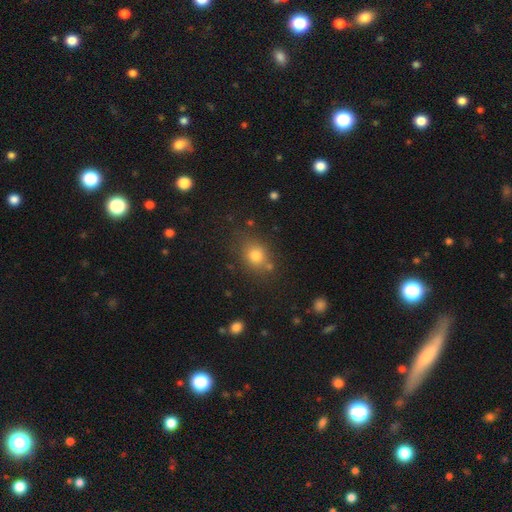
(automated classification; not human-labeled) Smooth or featured?
  - smooth: 76% *
  - star or artifact: 15%
  - featured or disk: 9%
How rounded?
  - round: 64% *
  - in between: 35%
  - cigar-shaped: 1%
Merging?
  - none: 74% *
  - minor disturbance: 14%
  - merger: 7%
  - major disturbance: 5%